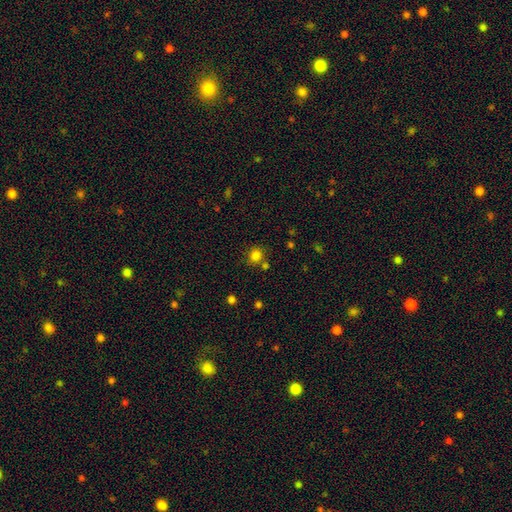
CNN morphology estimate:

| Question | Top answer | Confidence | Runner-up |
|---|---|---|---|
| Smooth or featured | smooth | 81% | star or artifact (14%) |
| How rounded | round | 85% | in between (14%) |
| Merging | none | 74% | merger (12%) |